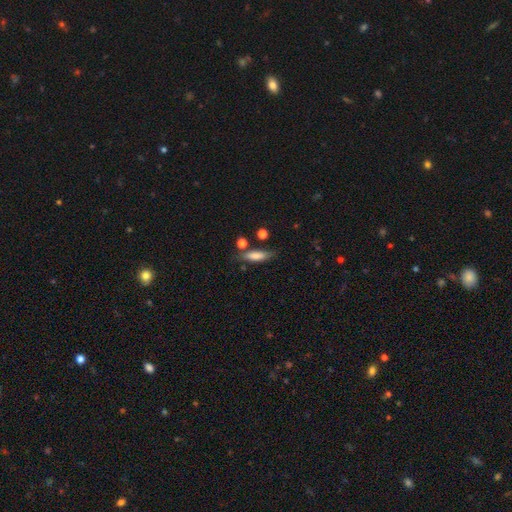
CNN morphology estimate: Q: Smooth or featured?
A: smooth (75%); runner-up: featured or disk (17%)
Q: How rounded?
A: cigar-shaped (57%); runner-up: in between (39%)
Q: Merging?
A: none (68%); runner-up: minor disturbance (18%)